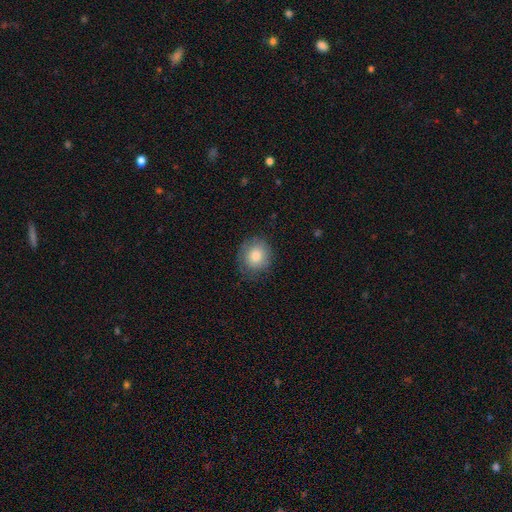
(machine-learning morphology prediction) smooth-or-featured: smooth: 78% | featured or disk: 13% | star or artifact: 9%
  how-rounded: round: 82% | in between: 17% | cigar-shaped: 1%
  merging: none: 77% | minor disturbance: 17% | major disturbance: 5% | merger: 1%